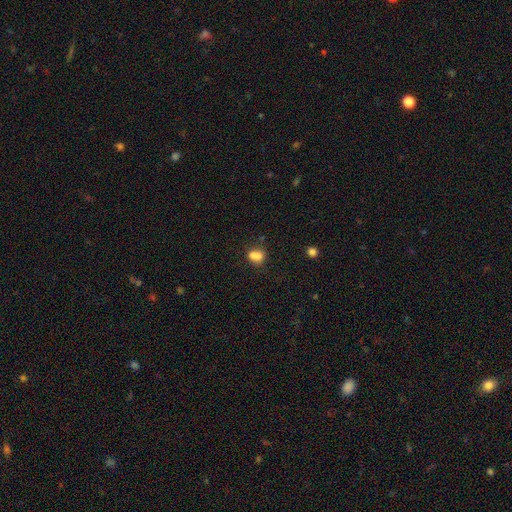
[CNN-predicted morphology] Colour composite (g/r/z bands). It shows a smooth galaxy with no disk features (76%) that is in between round and cigar-shaped (51%). Merging: none (41%).